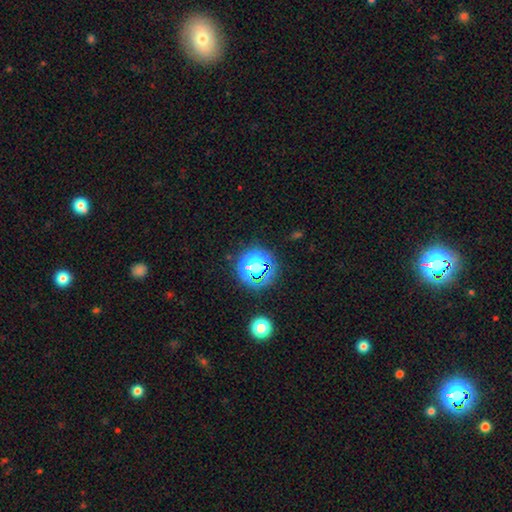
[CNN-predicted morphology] smooth-or-featured: star or artifact: 70% | smooth: 22% | featured or disk: 8%